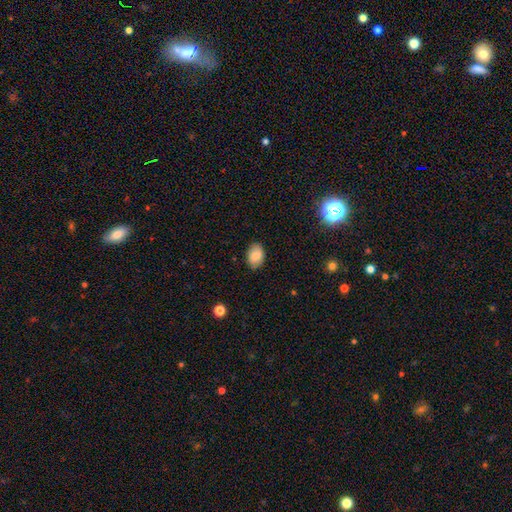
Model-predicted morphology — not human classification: A smooth galaxy with no disk features (86%) that is in between round and cigar-shaped (85%).

Vote fractions:
- Smooth or featured? smooth: 86% / star or artifact: 8% / featured or disk: 7%
- How rounded? in between: 85% / round: 14% / cigar-shaped: 1%
- Merging? none: 85% / minor disturbance: 11% / major disturbance: 2% / merger: 1%